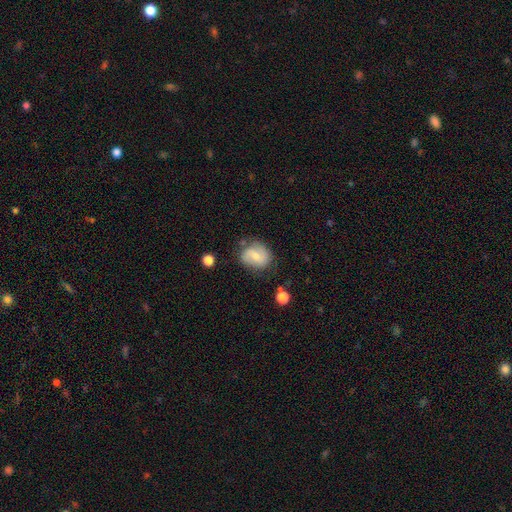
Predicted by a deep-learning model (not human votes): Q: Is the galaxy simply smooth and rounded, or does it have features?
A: smooth — 50%.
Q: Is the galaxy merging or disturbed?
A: none — 62%.